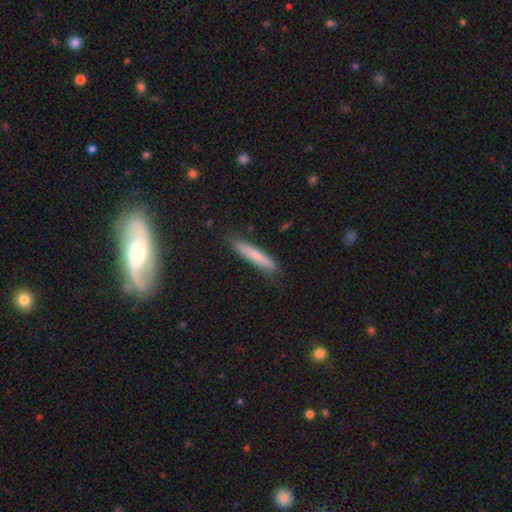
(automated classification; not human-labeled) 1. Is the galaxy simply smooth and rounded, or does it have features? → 68% smooth, 25% featured or disk, 7% star or artifact.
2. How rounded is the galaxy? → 90% cigar-shaped, 9% in between, 1% round.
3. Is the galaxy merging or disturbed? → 84% none, 13% minor disturbance, 2% major disturbance, 1% merger.